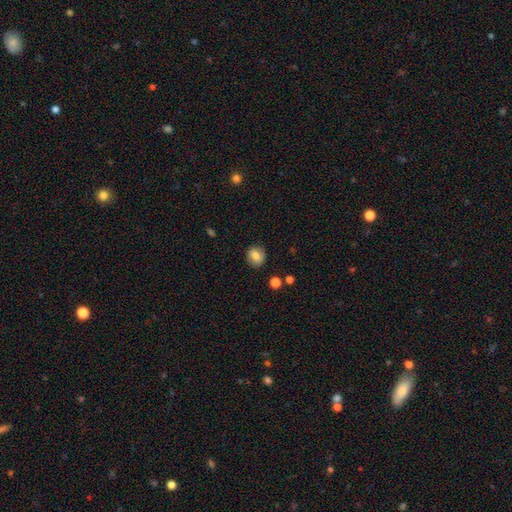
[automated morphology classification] Smooth or featured: smooth — 79% (featured or disk — 12%)
How rounded: round — 69% (in between — 30%)
Merging: none — 87% (minor disturbance — 9%)